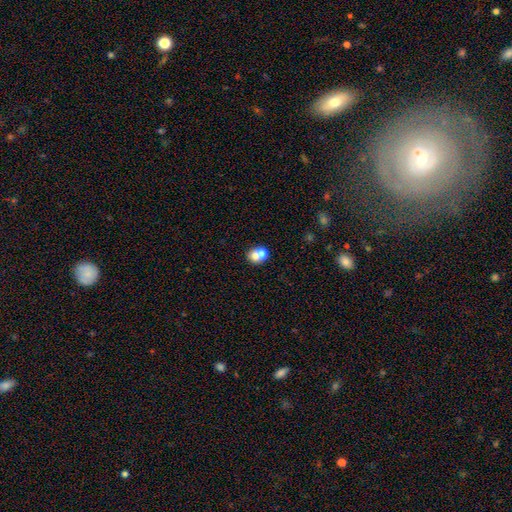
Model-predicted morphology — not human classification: Q: Smooth or featured?
A: smooth (69%); runner-up: featured or disk (20%)
Q: How rounded?
A: round (62%); runner-up: in between (37%)
Q: Merging?
A: merger (58%); runner-up: none (32%)